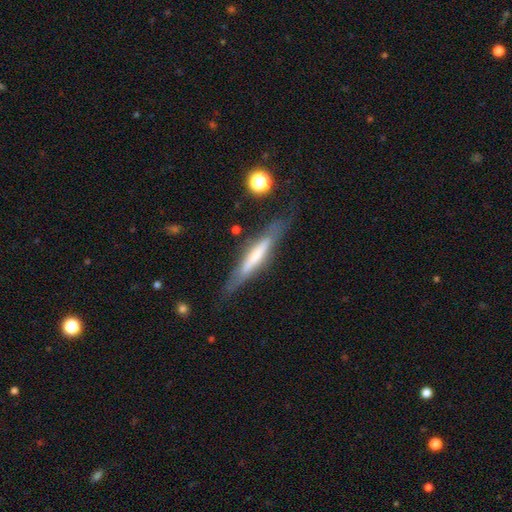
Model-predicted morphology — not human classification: smooth_or_featured: featured or disk (p=0.53) [alt: smooth p=0.40]
disk_edge_on: yes (p=0.89) [alt: no p=0.11]
merging: none (p=0.76) [alt: minor disturbance p=0.16]